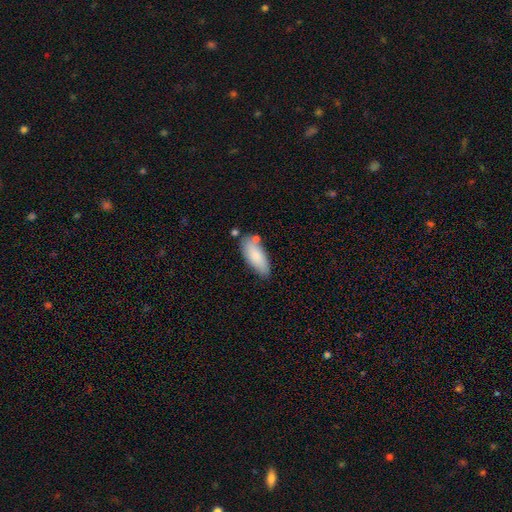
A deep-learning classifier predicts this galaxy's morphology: Smooth or featured?
  - smooth: 81% *
  - featured or disk: 13%
  - star or artifact: 6%
How rounded?
  - in between: 79% *
  - cigar-shaped: 19%
  - round: 2%
Merging?
  - none: 71% *
  - minor disturbance: 18%
  - merger: 8%
  - major disturbance: 4%